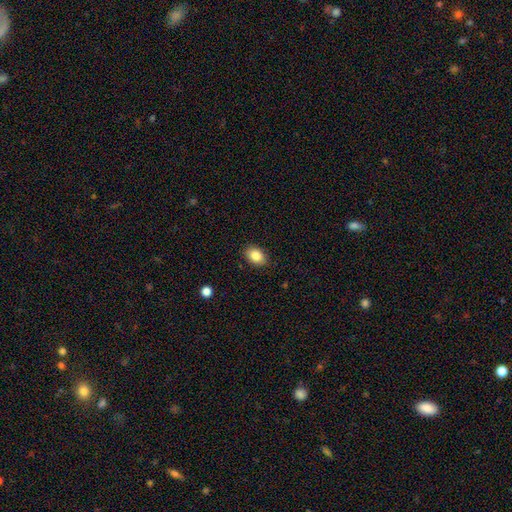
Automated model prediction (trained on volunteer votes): This appears to be a smooth galaxy with no disk features (86%) that is in between round and cigar-shaped (80%). Merging: none (87%).